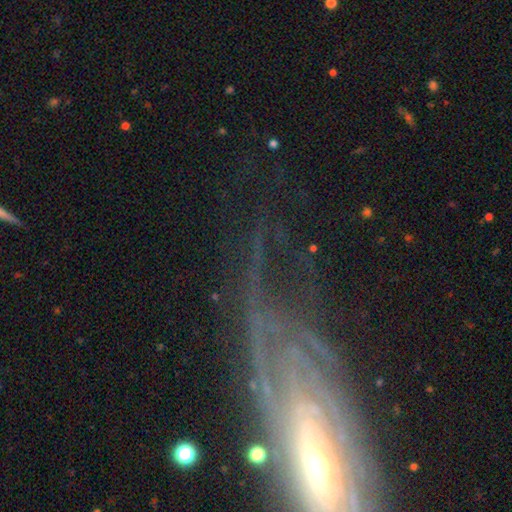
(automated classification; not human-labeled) A featured or disk galaxy (66%) with no bar (52%), spiral arms (82%) and a small central bulge (56%). Merging: none (61%).